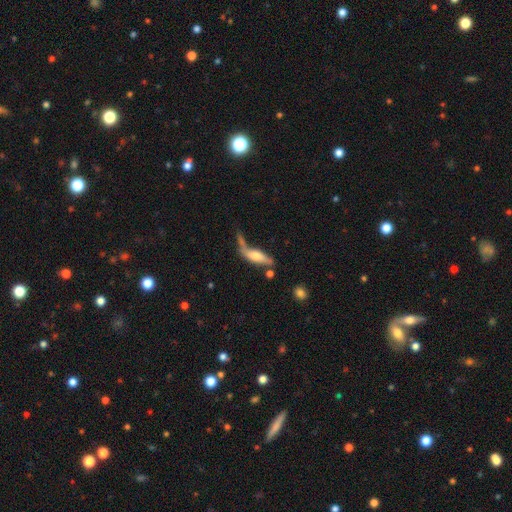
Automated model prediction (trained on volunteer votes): smooth 46% (tied), featured or disk 46% (tied), star or artifact 8%. Down the decision tree: merging — none (33%).